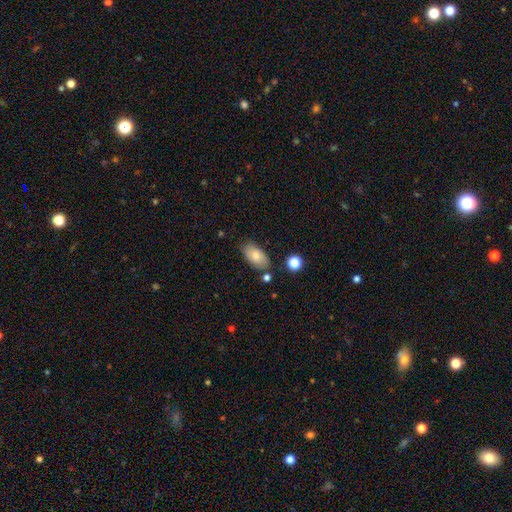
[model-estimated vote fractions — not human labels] A smooth galaxy with no disk features (81%) that is in between round and cigar-shaped (93%). Merging: none (77%).